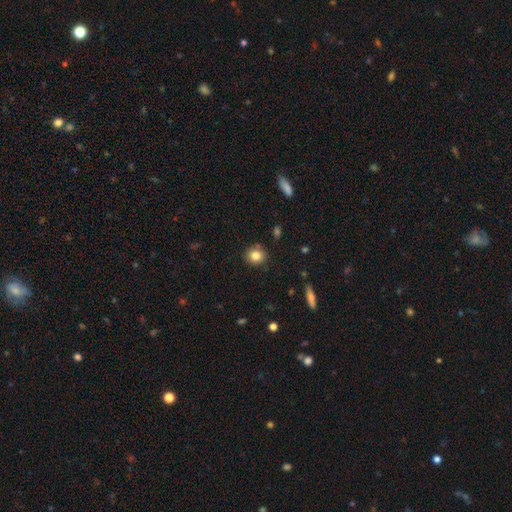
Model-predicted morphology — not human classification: This appears to be a smooth galaxy with no disk features (83%) that is round (78%). Merging: none (85%).